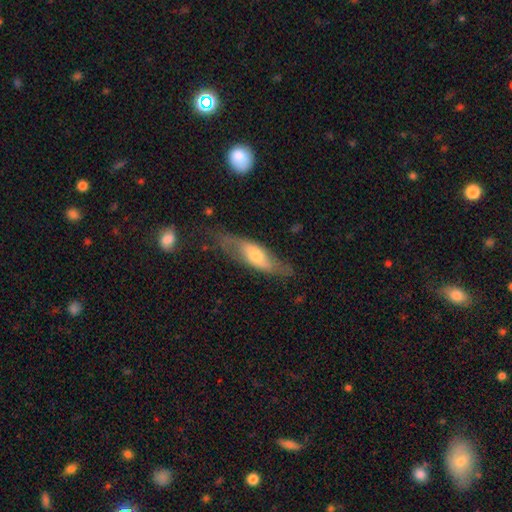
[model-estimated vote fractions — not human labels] smooth_or_featured: featured or disk (p=0.51) [alt: smooth p=0.43]
disk_edge_on: no (p=0.63) [alt: yes p=0.37]
merging: none (p=0.61) [alt: minor disturbance p=0.24]